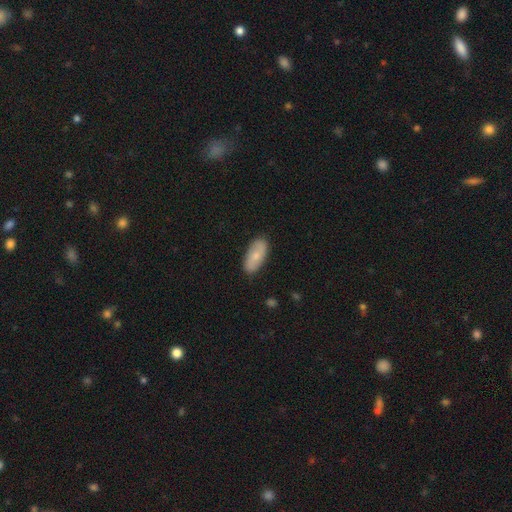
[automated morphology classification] smooth_or_featured: smooth (p=0.70) [alt: featured or disk p=0.24]
how_rounded: in between (p=0.88) [alt: cigar-shaped p=0.10]
merging: none (p=0.85) [alt: minor disturbance p=0.12]